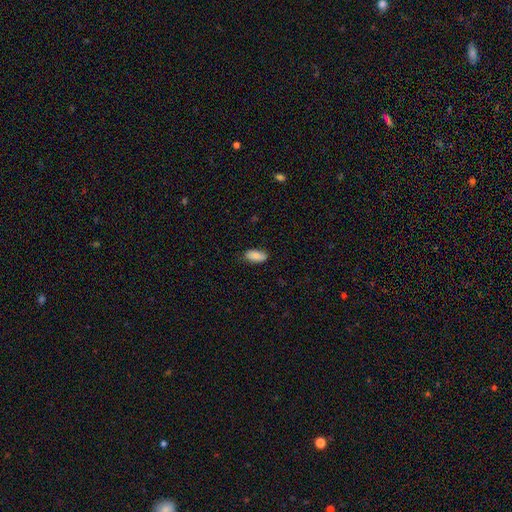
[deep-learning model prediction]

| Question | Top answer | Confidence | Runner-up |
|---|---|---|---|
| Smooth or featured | smooth | 84% | featured or disk (9%) |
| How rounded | in between | 91% | cigar-shaped (7%) |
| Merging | none | 80% | minor disturbance (17%) |